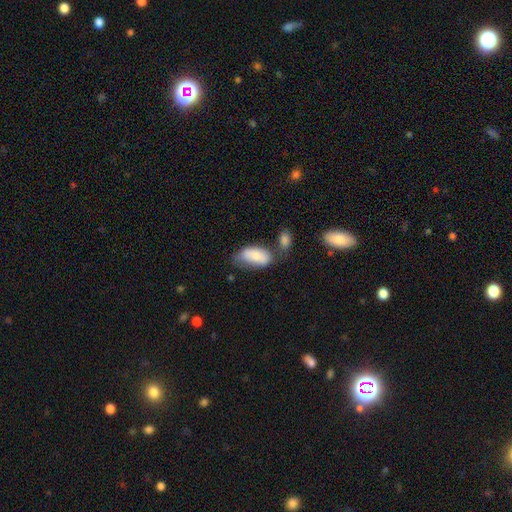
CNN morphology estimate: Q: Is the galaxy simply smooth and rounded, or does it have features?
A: smooth — 75%.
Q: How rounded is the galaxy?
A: in between — 93%.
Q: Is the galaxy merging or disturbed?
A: none — 38%.